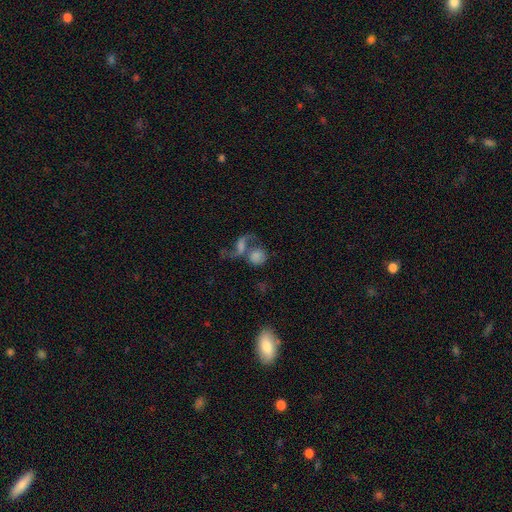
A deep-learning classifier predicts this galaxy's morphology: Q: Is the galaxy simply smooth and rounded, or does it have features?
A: smooth — 43%.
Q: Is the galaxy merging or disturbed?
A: merger — 47%.